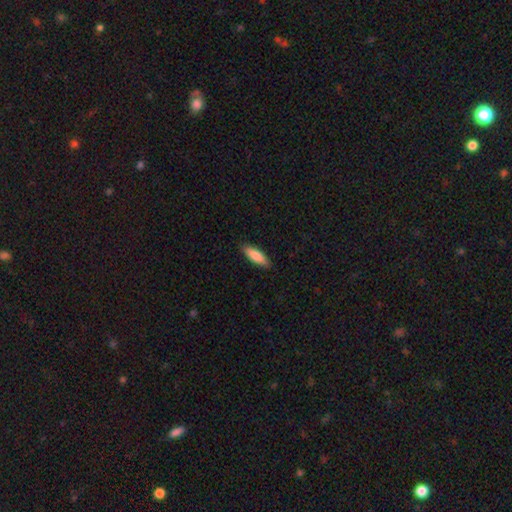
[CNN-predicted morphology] Overall: smooth (82%). How rounded: cigar-shaped (51%; in between 48%). Merging: none (89%).